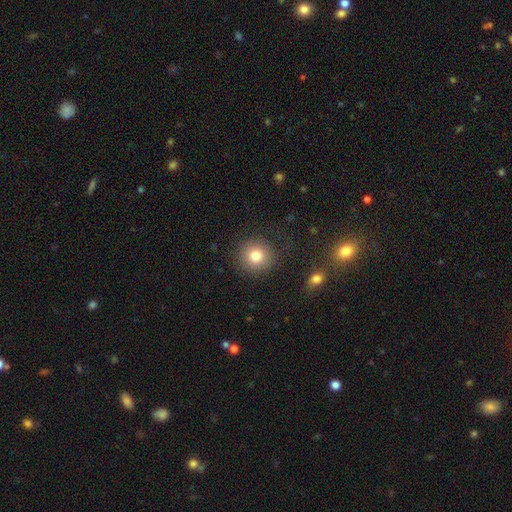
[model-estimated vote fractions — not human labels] smooth_or_featured: smooth (p=0.80) [alt: star or artifact p=0.11]
how_rounded: round (p=0.92) [alt: in between p=0.07]
merging: none (p=0.85) [alt: minor disturbance p=0.09]